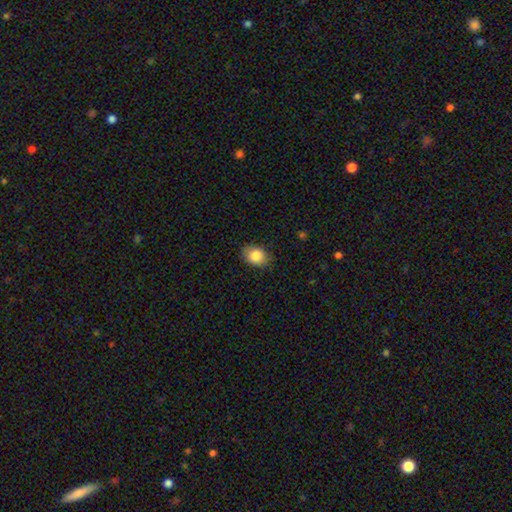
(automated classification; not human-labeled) Morphology: type=smooth (86%); roundness=in between (61%); merging=none (81%).